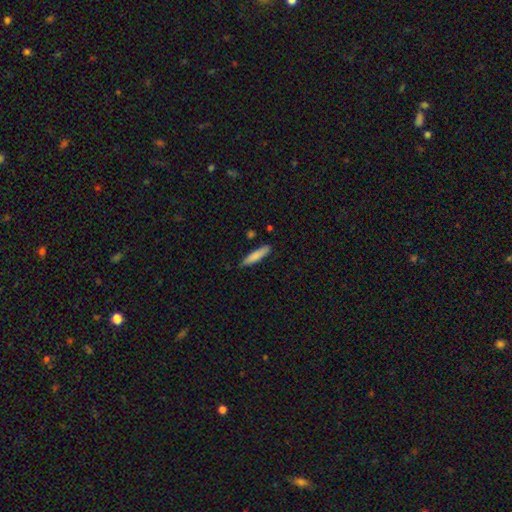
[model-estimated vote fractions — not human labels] Smooth or featured? Predicted: smooth (p=0.81). How rounded? Predicted: cigar-shaped (p=0.82). Merging? Predicted: none (p=0.82).